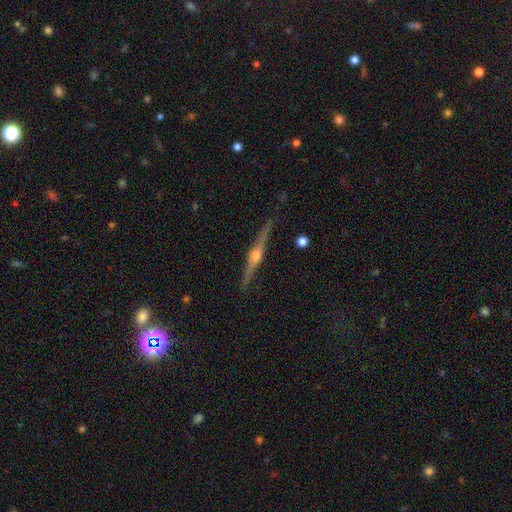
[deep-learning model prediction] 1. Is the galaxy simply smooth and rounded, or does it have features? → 84% featured or disk, 10% smooth, 6% star or artifact.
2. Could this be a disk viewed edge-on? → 98% yes, 2% no.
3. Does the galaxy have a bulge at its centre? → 91% rounded, 7% boxy, 3% none.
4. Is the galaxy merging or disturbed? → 89% none, 8% minor disturbance, 2% major disturbance, 1% merger.